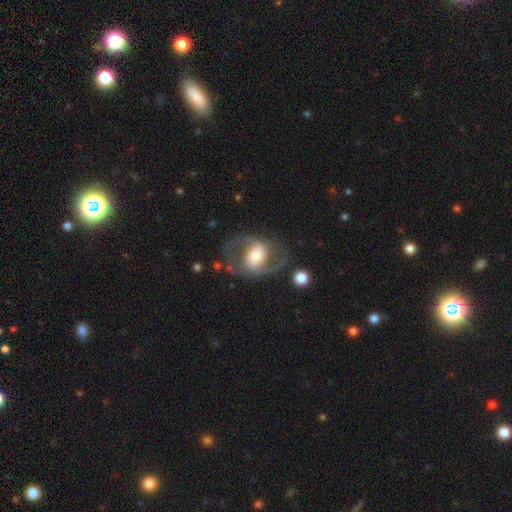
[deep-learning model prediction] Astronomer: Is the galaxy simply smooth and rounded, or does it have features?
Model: featured or disk — 74%.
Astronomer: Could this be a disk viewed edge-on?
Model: no — 96%.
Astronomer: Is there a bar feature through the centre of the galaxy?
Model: no — 40% (runner-up: weak, 36%).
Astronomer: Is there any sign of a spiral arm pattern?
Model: yes — 78%.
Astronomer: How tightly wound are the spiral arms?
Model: medium — 53% (runner-up: loose, 33%).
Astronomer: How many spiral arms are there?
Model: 2 — 88%.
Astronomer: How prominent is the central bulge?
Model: moderate — 51% (runner-up: large, 29%).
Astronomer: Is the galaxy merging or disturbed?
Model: none — 68%.